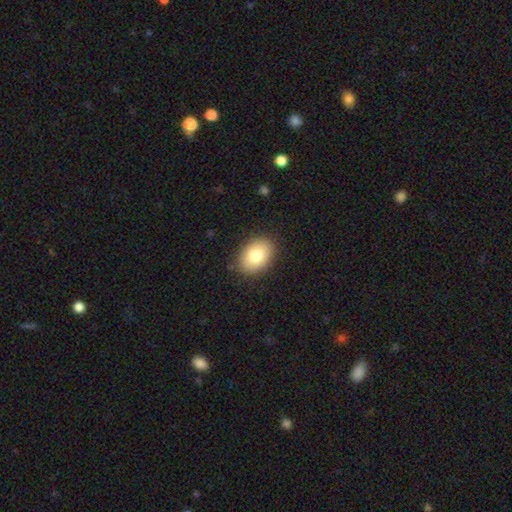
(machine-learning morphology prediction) type=smooth (80%); roundness=in between (79%); merging=none (86%).